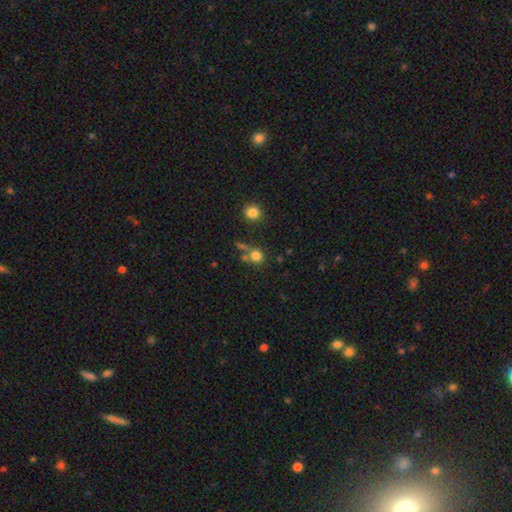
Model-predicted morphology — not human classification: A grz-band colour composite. It shows a smooth galaxy with no disk features (78%) that is round (85%). Merging: none (57%).